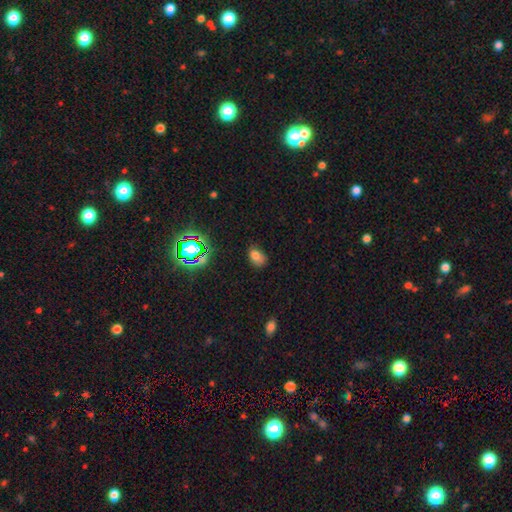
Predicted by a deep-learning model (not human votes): The model was most divided on "merging": none: 61%, minor disturbance: 27%, major disturbance: 9%, merger: 3%. More confident: how rounded — in between (79%); smooth or featured — smooth (74%).